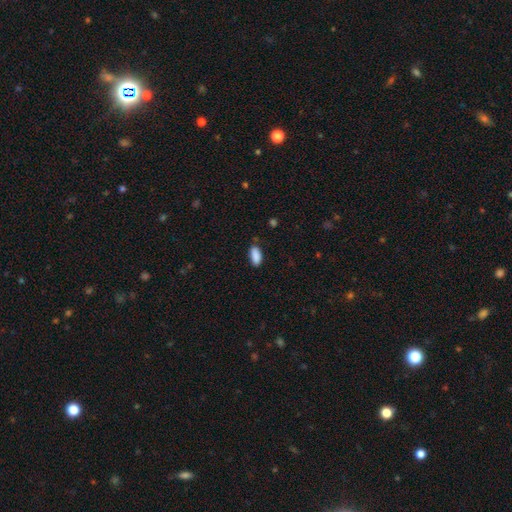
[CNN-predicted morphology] Smooth or featured? Predicted: smooth (p=0.90). How rounded? Predicted: in between (p=0.90). Merging? Predicted: none (p=0.83).